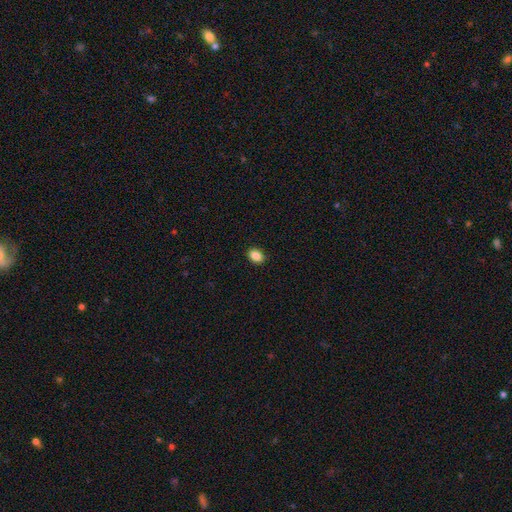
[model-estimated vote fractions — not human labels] A smooth galaxy with no disk features (88%) that is in between round and cigar-shaped (67%). Merging: none (90%).